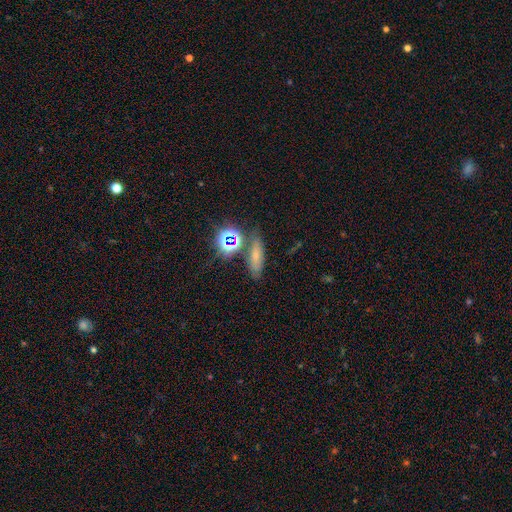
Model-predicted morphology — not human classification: smooth_or_featured: smooth (p=0.55) [alt: star or artifact p=0.27]
how_rounded: in between (p=0.47) [alt: cigar-shaped p=0.41]
merging: none (p=0.72) [alt: minor disturbance p=0.14]